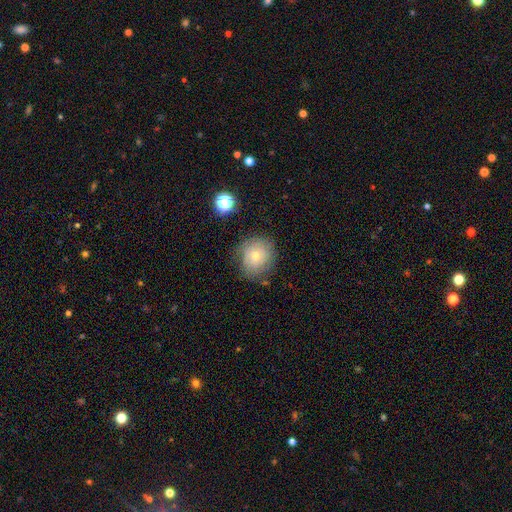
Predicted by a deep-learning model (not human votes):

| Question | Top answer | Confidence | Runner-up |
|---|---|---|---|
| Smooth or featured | smooth | 63% | featured or disk (26%) |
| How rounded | round | 82% | in between (17%) |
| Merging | none | 68% | minor disturbance (22%) |